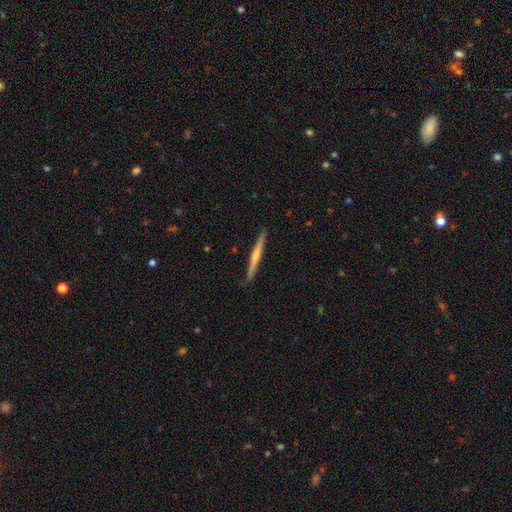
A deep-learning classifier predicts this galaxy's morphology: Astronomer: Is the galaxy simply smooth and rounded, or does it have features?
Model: featured or disk — 48% (runner-up: smooth, 47%).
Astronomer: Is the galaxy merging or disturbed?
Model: none — 88%.